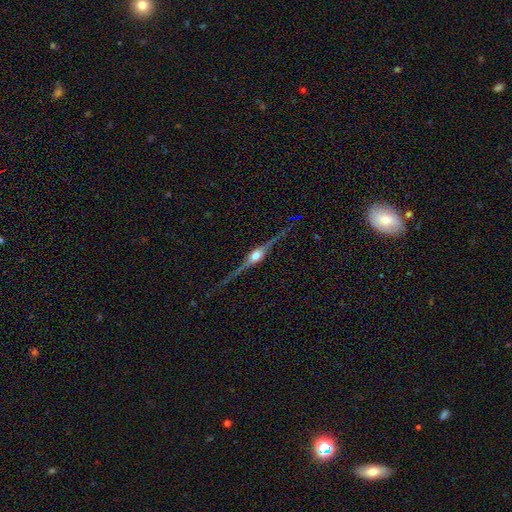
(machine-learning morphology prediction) Q: Smooth or featured?
A: featured or disk (89%); runner-up: star or artifact (5%)
Q: Edge-on disk?
A: yes (98%); runner-up: no (2%)
Q: Edge-on bulge?
A: rounded (94%); runner-up: boxy (4%)
Q: Merging?
A: none (88%); runner-up: minor disturbance (9%)